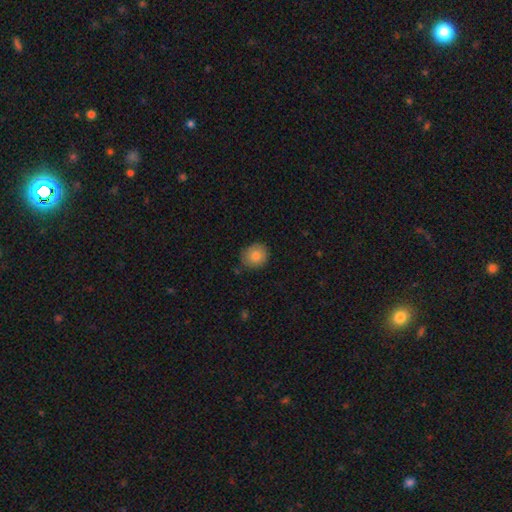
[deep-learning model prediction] Smooth or featured? smooth (84%)
How rounded? round (86%)
Merging? none (81%)